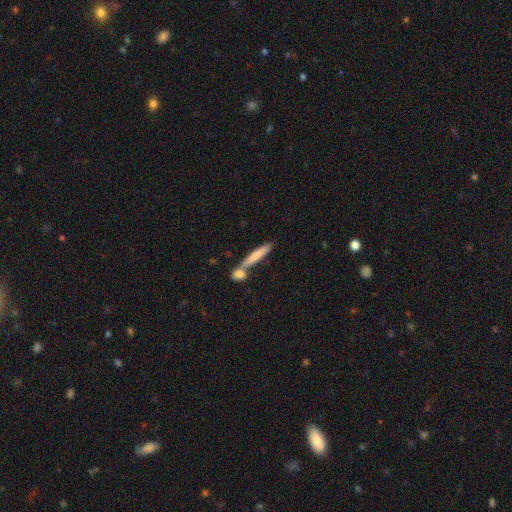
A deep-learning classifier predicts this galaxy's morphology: smooth_or_featured: smooth (p=0.73) [alt: featured or disk p=0.22]
how_rounded: cigar-shaped (p=0.87) [alt: in between p=0.11]
merging: none (p=0.57) [alt: merger p=0.30]